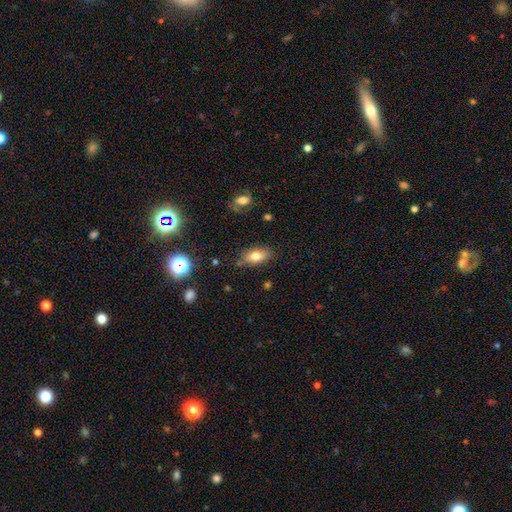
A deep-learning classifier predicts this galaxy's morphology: A smooth galaxy with no disk features (77%) that is in between round and cigar-shaped (87%). Merging: none (78%).